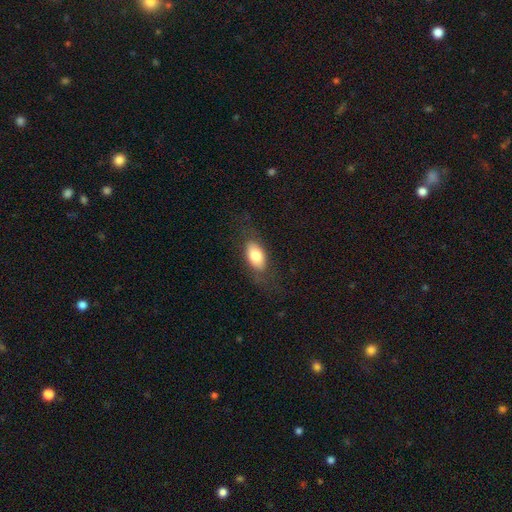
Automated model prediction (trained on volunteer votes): smooth_or_featured: smooth (p=0.76) [alt: featured or disk p=0.17]
how_rounded: in between (p=0.90) [alt: cigar-shaped p=0.05]
merging: none (p=0.75) [alt: minor disturbance p=0.16]